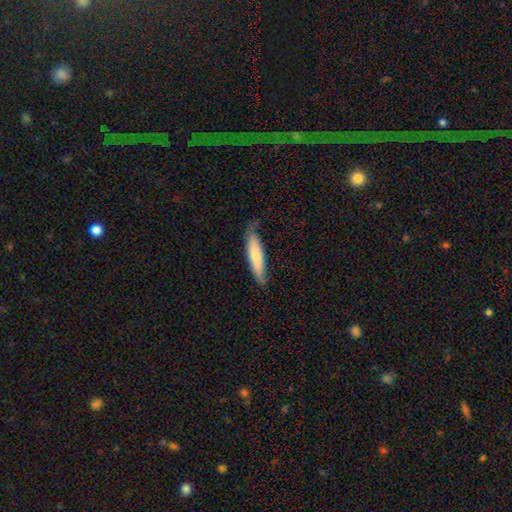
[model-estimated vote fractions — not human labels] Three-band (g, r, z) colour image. It shows a smooth galaxy with no disk features (68%) that is cigar-shaped (74%). Merging: none (70%).